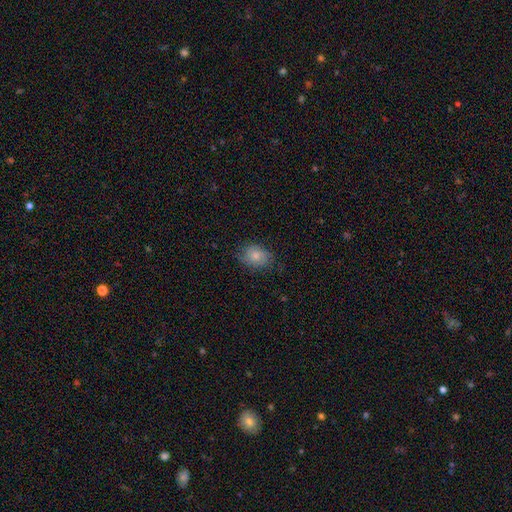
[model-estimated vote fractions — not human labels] Overall: smooth (74%). How rounded: in between (67%; round 31%). Merging: none (71%).